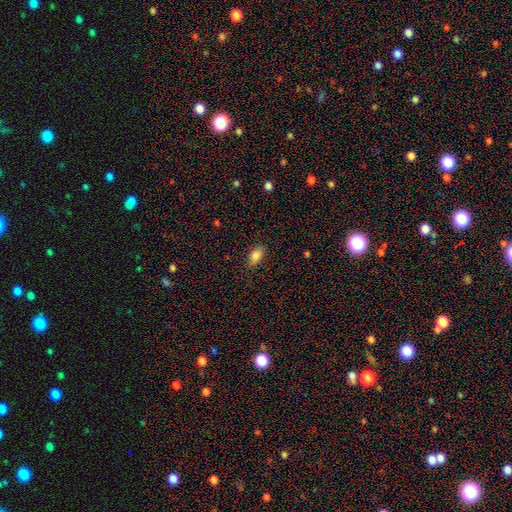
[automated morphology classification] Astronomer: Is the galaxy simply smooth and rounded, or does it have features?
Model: smooth — 86%.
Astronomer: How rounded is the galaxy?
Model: in between — 89%.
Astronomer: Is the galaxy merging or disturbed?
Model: none — 84%.